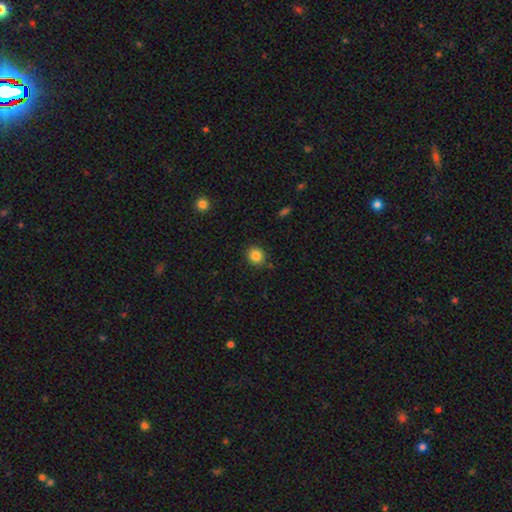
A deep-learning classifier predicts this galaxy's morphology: Smooth or featured? Predicted: smooth (p=0.85). How rounded? Predicted: round (p=0.82). Merging? Predicted: none (p=0.88).